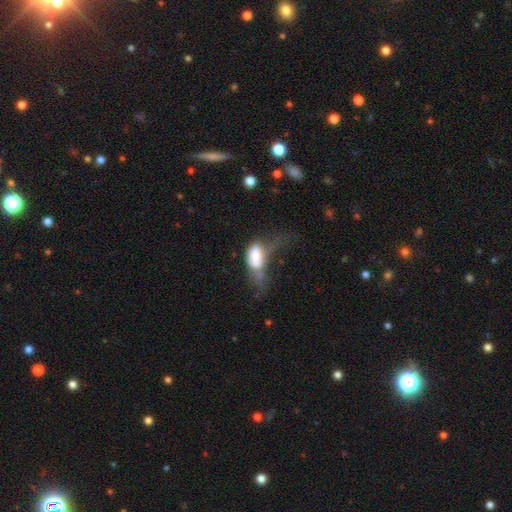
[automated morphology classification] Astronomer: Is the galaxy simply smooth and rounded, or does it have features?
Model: smooth — 61%.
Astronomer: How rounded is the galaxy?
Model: in between — 84%.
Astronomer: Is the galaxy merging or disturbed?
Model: major disturbance — 46% (runner-up: merger, 26%).